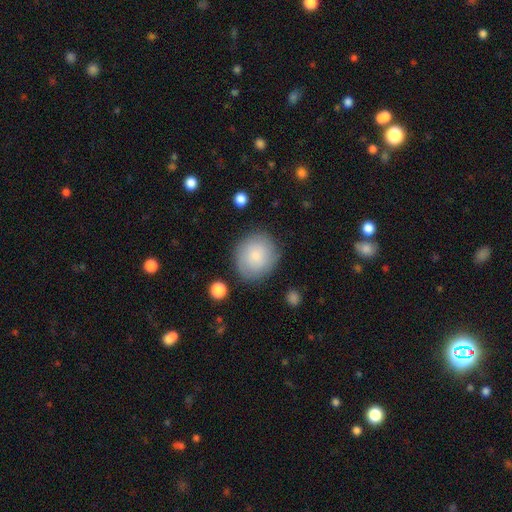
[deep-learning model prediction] A smooth galaxy with no disk features (76%) that is round (80%). Merging: none (80%).